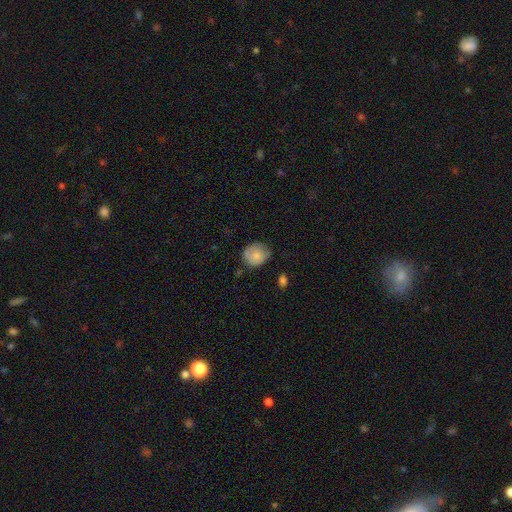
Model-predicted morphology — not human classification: Smooth or featured? smooth (76%)
How rounded? round (71%)
Merging? none (59%)